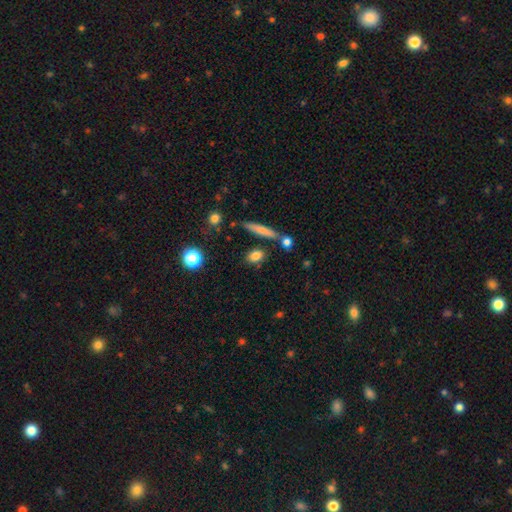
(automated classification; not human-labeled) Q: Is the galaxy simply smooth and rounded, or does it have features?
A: smooth — 81%.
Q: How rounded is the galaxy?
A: in between — 60%.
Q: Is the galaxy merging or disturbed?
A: none — 77%.